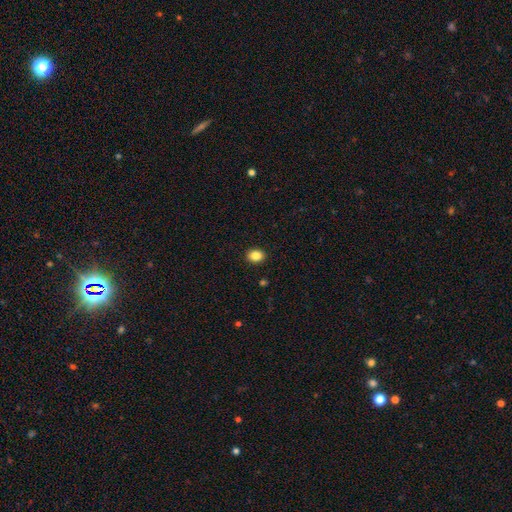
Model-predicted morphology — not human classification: This is clearly a smooth galaxy (86%). How rounded: possibly in between (55%). Merging: clearly none (91%).